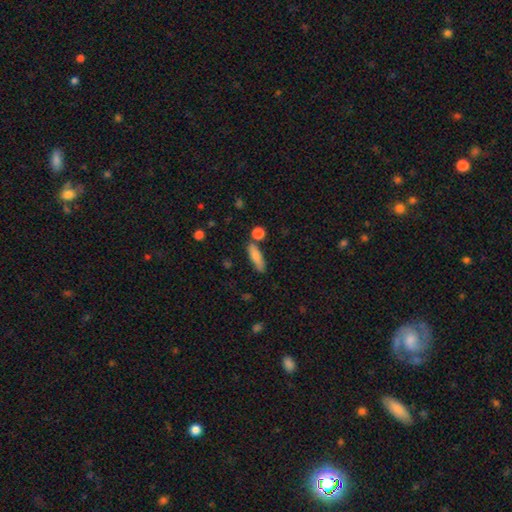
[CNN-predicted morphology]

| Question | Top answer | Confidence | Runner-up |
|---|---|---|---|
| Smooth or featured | smooth | 78% | featured or disk (15%) |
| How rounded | cigar-shaped | 55% | in between (42%) |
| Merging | none | 74% | minor disturbance (14%) |